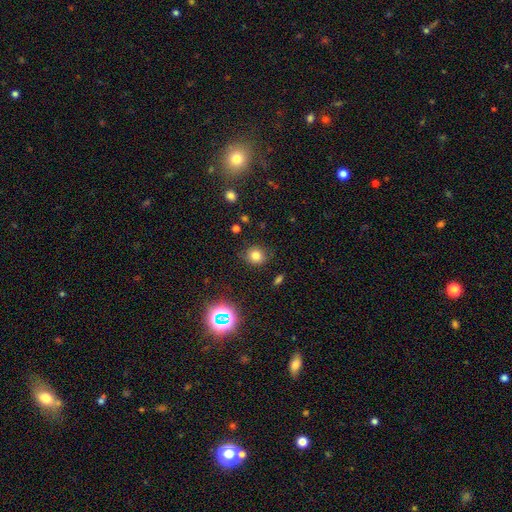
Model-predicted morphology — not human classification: smooth-or-featured: smooth: 76% | star or artifact: 17% | featured or disk: 8%
  how-rounded: round: 79% | in between: 20% | cigar-shaped: 1%
  merging: none: 84% | minor disturbance: 11% | major disturbance: 3% | merger: 2%